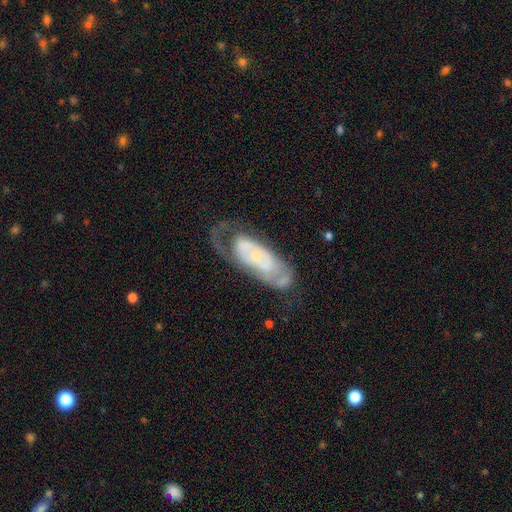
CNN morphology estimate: Overall: featured or disk (74%). Edge-on disk: no (90%). Bar: no (73%). Spiral arms: yes (74%). Bulge size: small (69%). Merging: none (45%; major disturbance 28%).